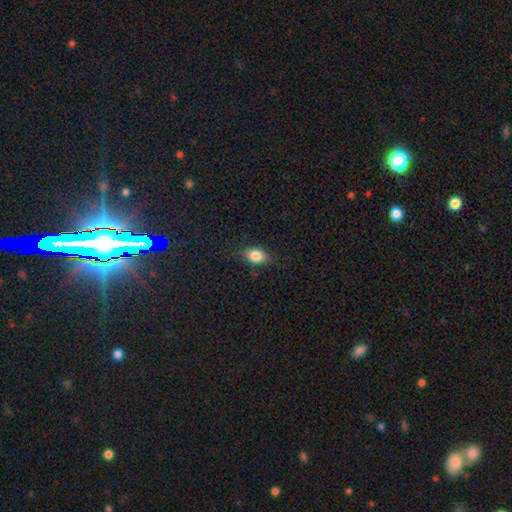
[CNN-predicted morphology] Smooth or featured? smooth (81%)
How rounded? in between (74%)
Merging? none (79%)